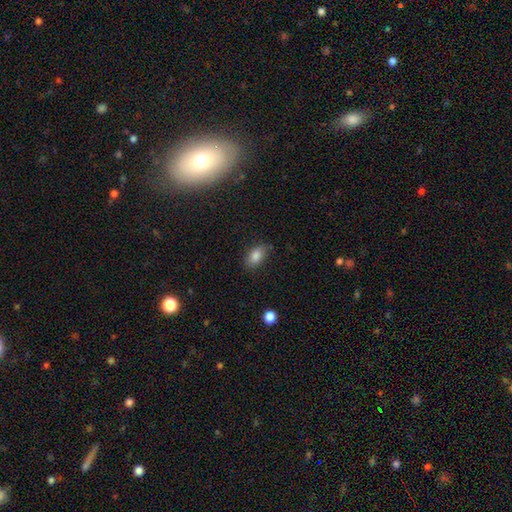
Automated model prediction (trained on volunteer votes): Q: Smooth or featured?
A: smooth (84%); runner-up: star or artifact (9%)
Q: How rounded?
A: in between (89%); runner-up: round (8%)
Q: Merging?
A: none (82%); runner-up: minor disturbance (13%)